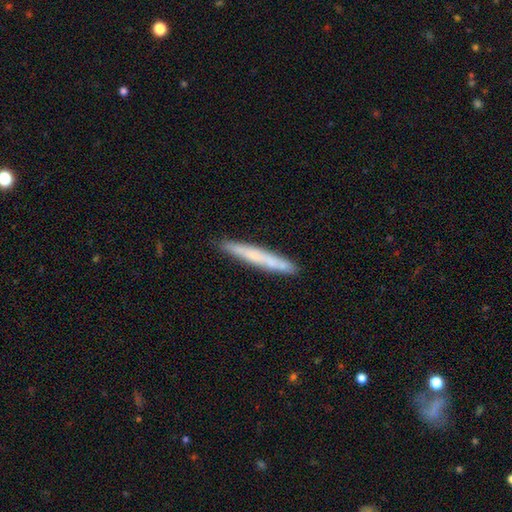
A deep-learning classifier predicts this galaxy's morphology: Smooth or featured? Predicted: smooth (p=0.59). How rounded? Predicted: cigar-shaped (p=0.96). Merging? Predicted: none (p=0.87).